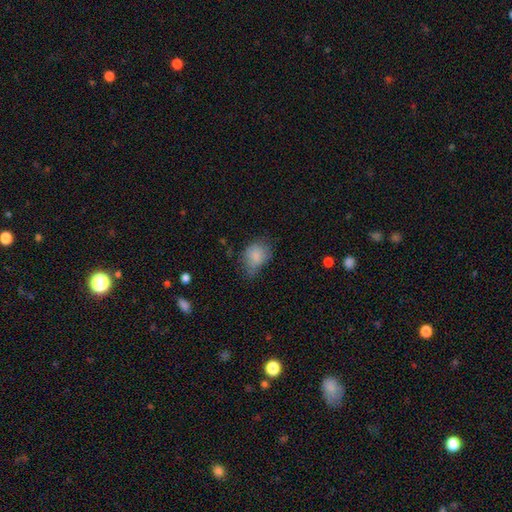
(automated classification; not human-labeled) The model was most divided on "merging": none: 41%, minor disturbance: 39%, major disturbance: 17%, merger: 3%. More confident: smooth or featured — smooth (80%); how rounded — in between (66%).